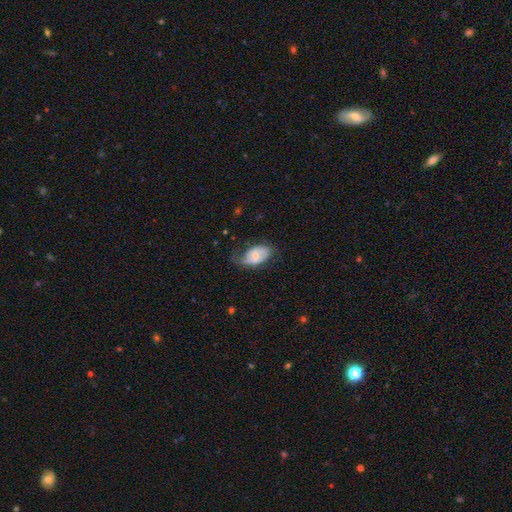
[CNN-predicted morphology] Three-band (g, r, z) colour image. It shows a smooth galaxy with no disk features (47%). Merging: none (46%).